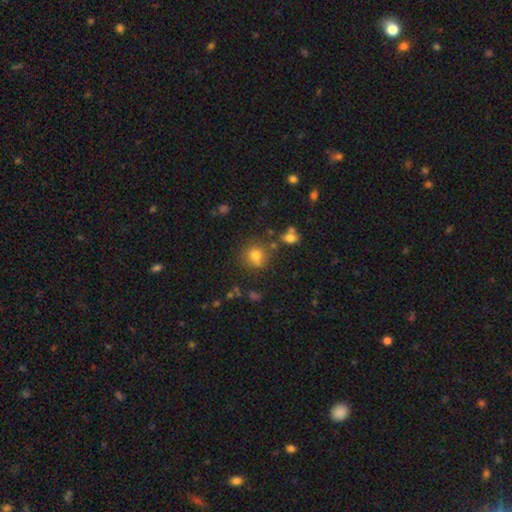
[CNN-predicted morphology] type=smooth (76%); roundness=round (85%); merging=none (71%).